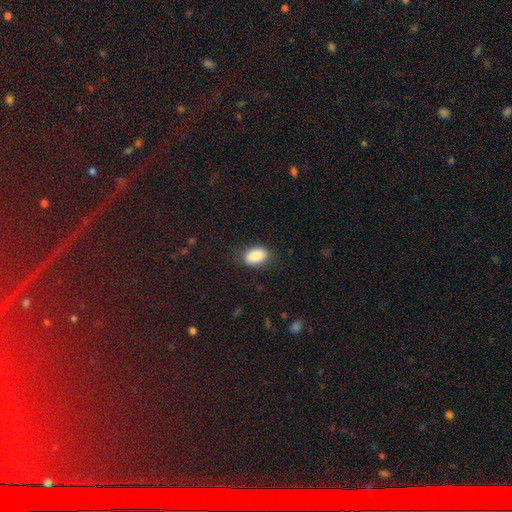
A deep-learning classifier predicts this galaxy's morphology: Smooth or featured? Predicted: smooth (p=0.87). How rounded? Predicted: in between (p=0.87). Merging? Predicted: none (p=0.81).